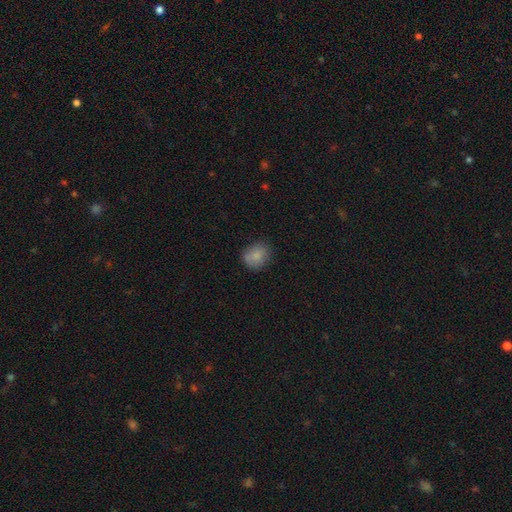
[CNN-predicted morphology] smooth 83%, star or artifact 9%, featured or disk 8%. Down the decision tree: how rounded — round (64%); merging — none (74%).